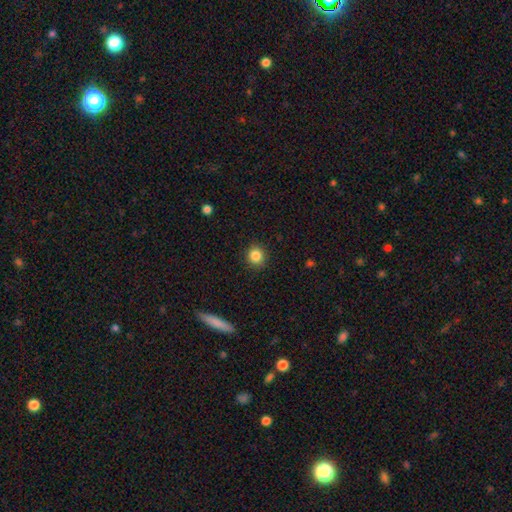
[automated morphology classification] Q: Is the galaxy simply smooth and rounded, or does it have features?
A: smooth — 85%.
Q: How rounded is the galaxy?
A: round — 88%.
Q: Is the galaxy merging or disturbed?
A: none — 90%.